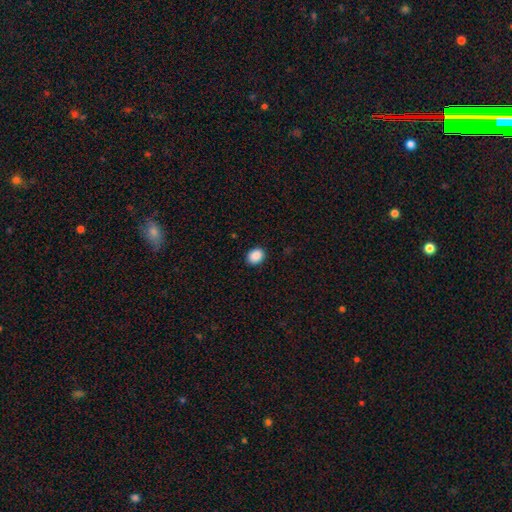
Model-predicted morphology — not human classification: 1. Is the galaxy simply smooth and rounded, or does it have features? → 89% smooth, 8% star or artifact, 3% featured or disk.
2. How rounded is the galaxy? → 52% round, 47% in between, 1% cigar-shaped.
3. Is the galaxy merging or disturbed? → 90% none, 7% minor disturbance, 2% major disturbance, 1% merger.